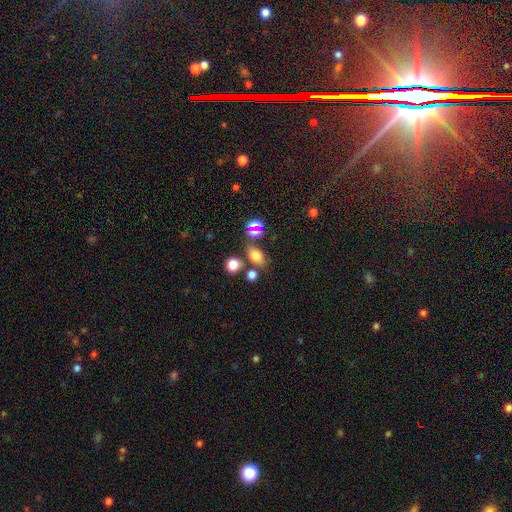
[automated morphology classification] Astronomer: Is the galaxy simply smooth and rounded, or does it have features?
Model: smooth — 70%.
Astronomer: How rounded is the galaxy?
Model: in between — 72%.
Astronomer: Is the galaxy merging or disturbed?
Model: none — 64%.